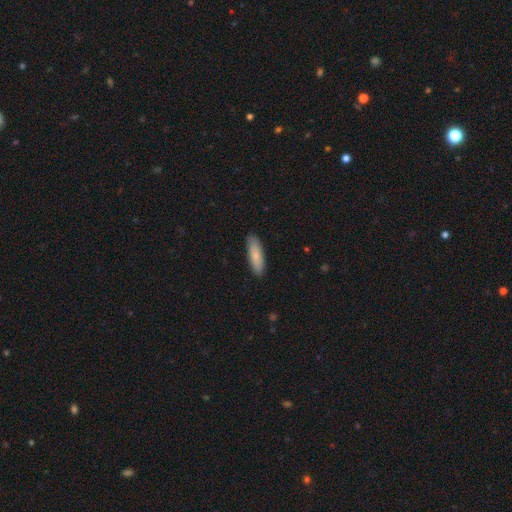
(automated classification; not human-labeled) A smooth galaxy with no disk features (81%) that is cigar-shaped (56%).

Vote fractions:
- Smooth or featured? smooth: 81% / featured or disk: 13% / star or artifact: 5%
- How rounded? cigar-shaped: 56% / in between: 42% / round: 2%
- Merging? none: 88% / minor disturbance: 9% / major disturbance: 2% / merger: 1%